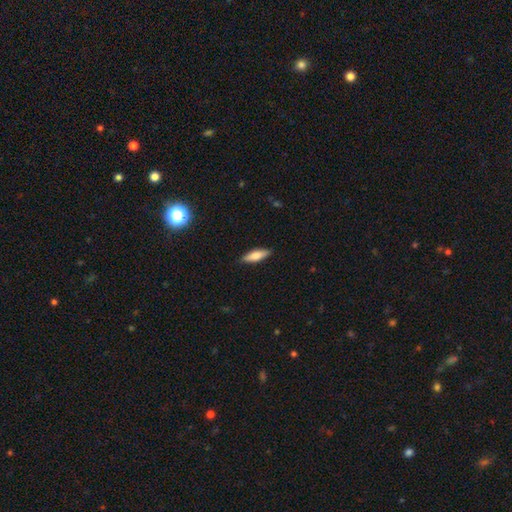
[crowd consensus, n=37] Morphology: type=smooth (89%); roundness=in between (55%); merging=none (95%).